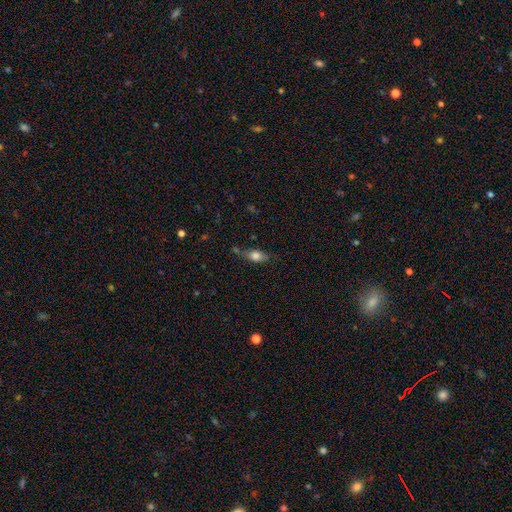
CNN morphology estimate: Overall: smooth (75%). How rounded: in between (79%). Merging: none (61%; minor disturbance 25%).